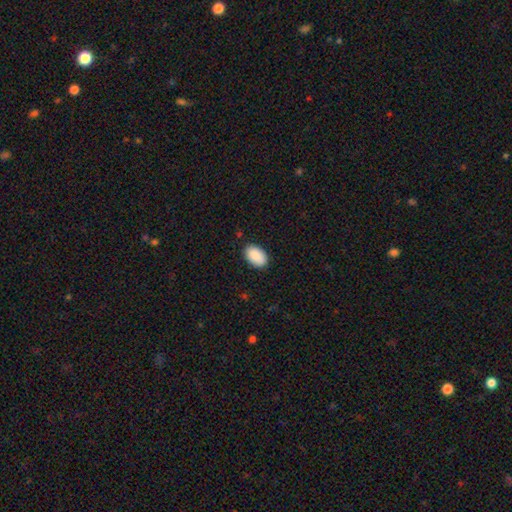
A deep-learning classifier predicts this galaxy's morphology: Smooth or featured? Predicted: smooth (p=0.91). How rounded? Predicted: in between (p=0.92). Merging? Predicted: none (p=0.86).